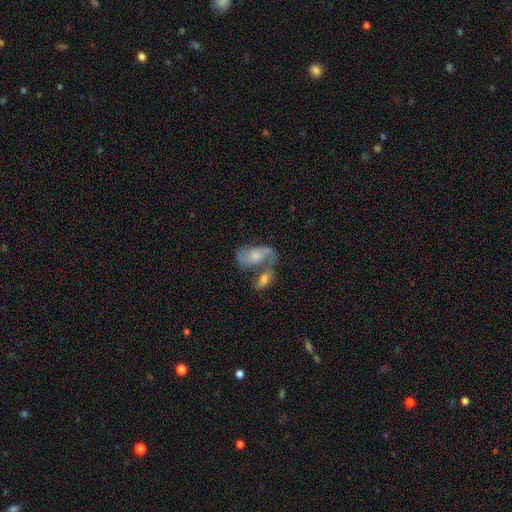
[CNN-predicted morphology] Smooth or featured? Predicted: featured or disk (p=0.65). Edge-on disk? Predicted: no (p=0.95). Bar? Predicted: no (p=0.66). Spiral arms? Predicted: yes (p=0.85). Spiral winding? Predicted: loose (p=0.44). Spiral arm count? Predicted: 2 (p=0.80). Bulge size? Predicted: moderate (p=0.41). Merging? Predicted: merger (p=0.53).